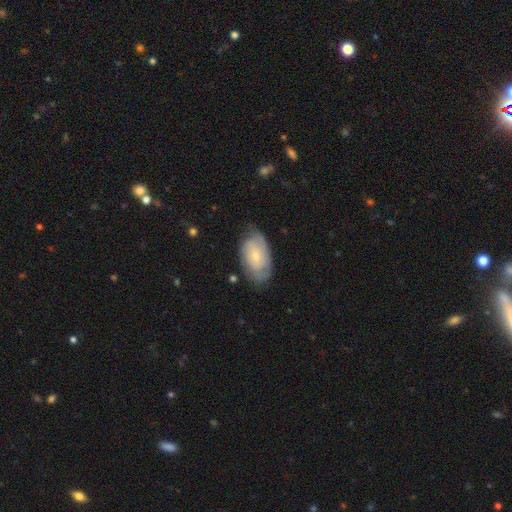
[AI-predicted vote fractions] Smooth or featured? smooth (48%)
Merging? none (67%)